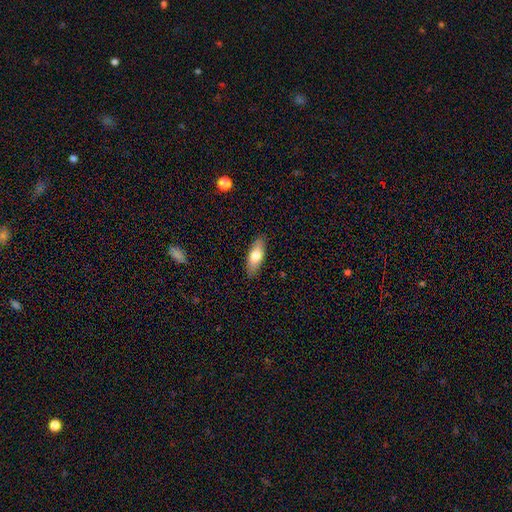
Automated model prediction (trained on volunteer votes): Q: Smooth or featured?
A: smooth (72%); runner-up: featured or disk (22%)
Q: How rounded?
A: in between (76%); runner-up: cigar-shaped (22%)
Q: Merging?
A: none (87%); runner-up: minor disturbance (10%)